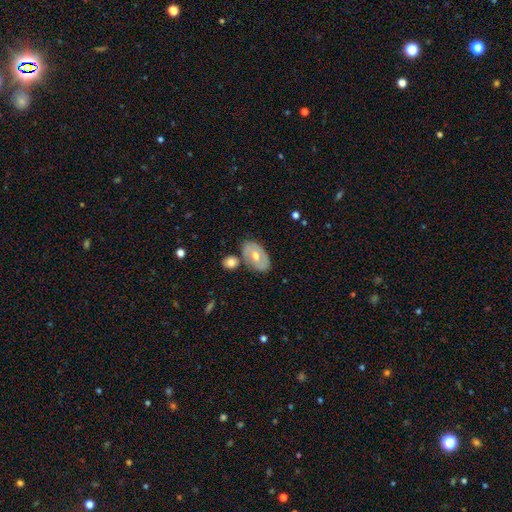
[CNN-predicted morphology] This appears to be a featured or disk galaxy (57%) with no bar (69%), no spiral arms (57%) and a moderate central bulge (74%). Merging: none (71%).